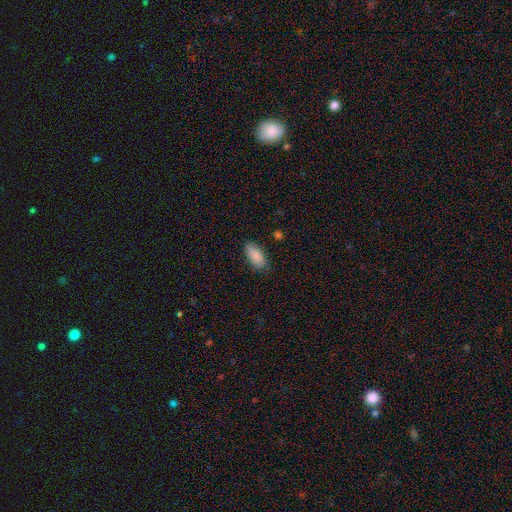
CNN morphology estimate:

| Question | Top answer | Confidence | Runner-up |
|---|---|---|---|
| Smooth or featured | smooth | 89% | star or artifact (7%) |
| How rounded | in between | 89% | cigar-shaped (9%) |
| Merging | none | 76% | minor disturbance (19%) |